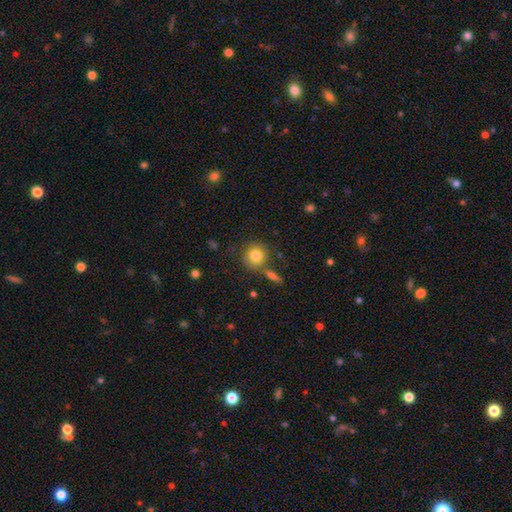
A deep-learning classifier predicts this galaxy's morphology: smooth-or-featured: smooth: 81% | featured or disk: 10% | star or artifact: 9%
  how-rounded: round: 89% | in between: 10% | cigar-shaped: 1%
  merging: none: 74% | minor disturbance: 11% | merger: 11% | major disturbance: 4%